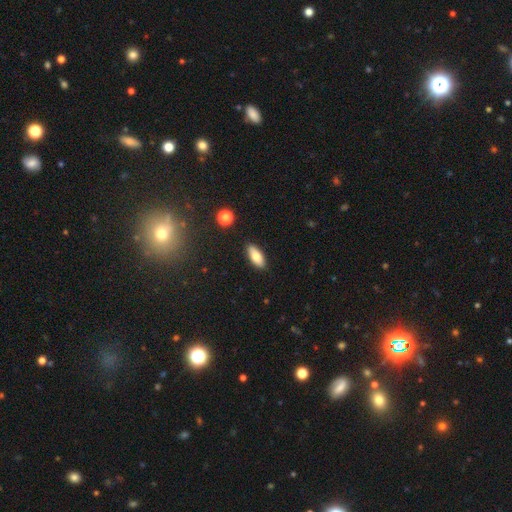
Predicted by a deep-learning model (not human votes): Morphology: type=smooth (78%); roundness=in between (82%); merging=none (89%).